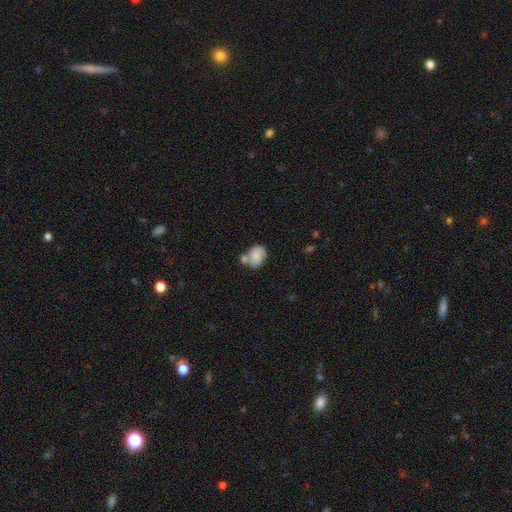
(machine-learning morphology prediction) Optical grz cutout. It shows a smooth galaxy with no disk features (74%) that is in between round and cigar-shaped (71%). Merging: merger (42%).